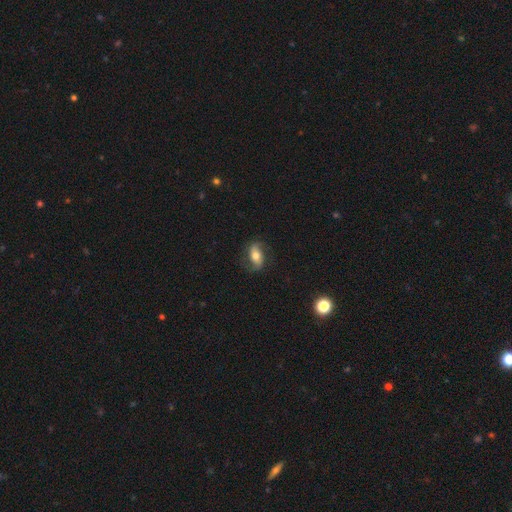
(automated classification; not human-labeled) This appears to be a featured or disk galaxy (58%) with no bar (41%), spiral arms (84%) and a moderate central bulge (65%). Merging: none (74%).